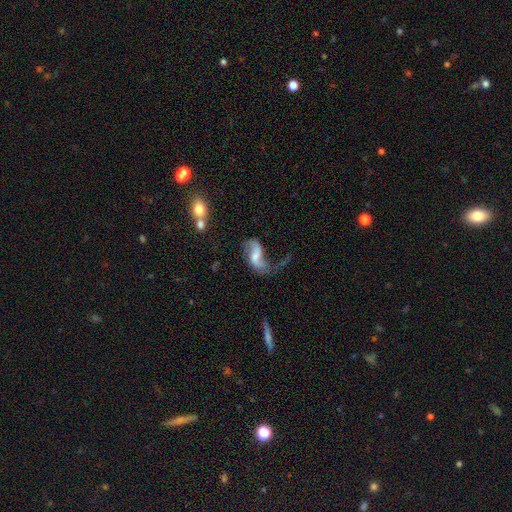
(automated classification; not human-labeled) Morphology: type=featured or disk (76%); edge-on=no (96%); bar=weak (45%); spiral arms=yes (90%); winding=loose (82%); arm count=2 (80%); bulge=moderate (30%); merging=none (36%, tied with major disturbance).